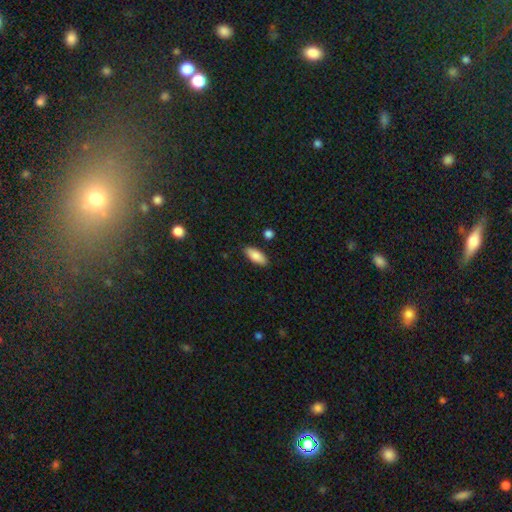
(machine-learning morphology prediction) type=smooth (85%); roundness=in between (82%); merging=none (85%).